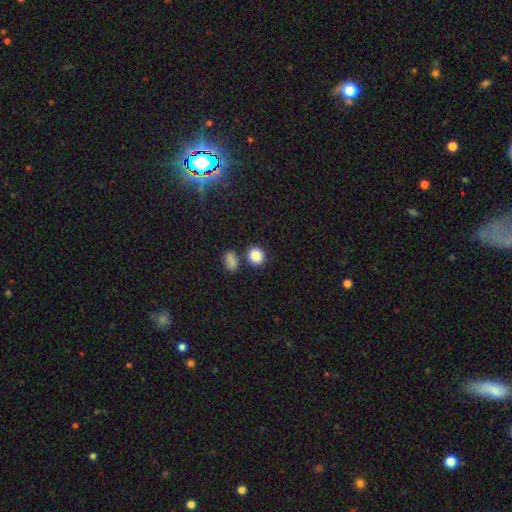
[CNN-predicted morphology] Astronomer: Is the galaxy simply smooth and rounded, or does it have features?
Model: smooth — 87%.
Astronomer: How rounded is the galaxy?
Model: round — 72%.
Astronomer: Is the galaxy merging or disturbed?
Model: none — 74%.